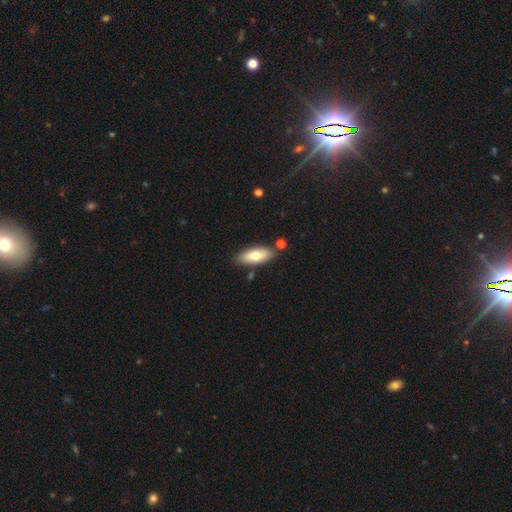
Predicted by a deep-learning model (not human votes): Smooth or featured?
  - smooth: 70% *
  - featured or disk: 24%
  - star or artifact: 6%
How rounded?
  - in between: 78% *
  - cigar-shaped: 20%
  - round: 2%
Merging?
  - none: 80% *
  - minor disturbance: 12%
  - merger: 6%
  - major disturbance: 2%